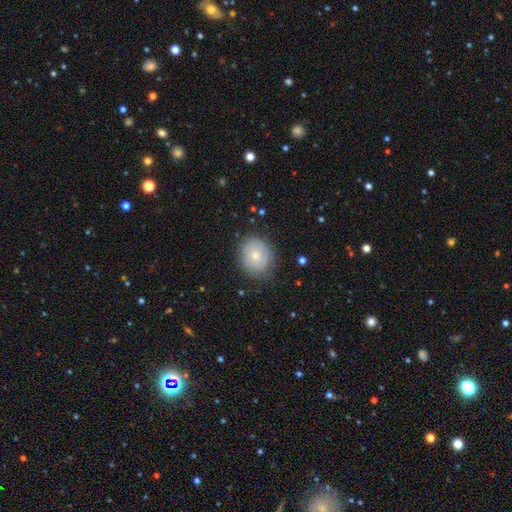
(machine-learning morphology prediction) Q: Smooth or featured?
A: smooth (64%); runner-up: featured or disk (28%)
Q: How rounded?
A: round (73%); runner-up: in between (26%)
Q: Merging?
A: none (73%); runner-up: minor disturbance (20%)